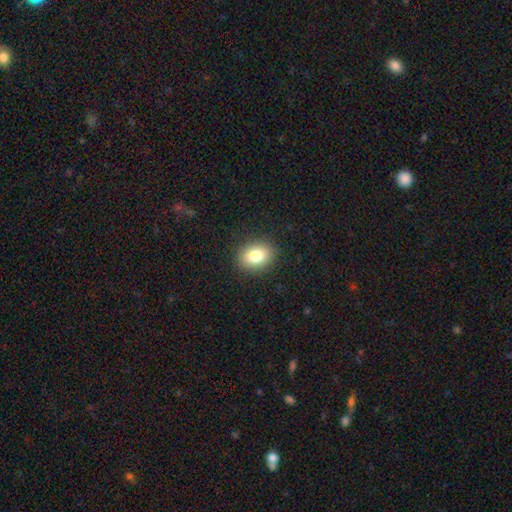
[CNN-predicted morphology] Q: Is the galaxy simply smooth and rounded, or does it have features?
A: smooth — 82%.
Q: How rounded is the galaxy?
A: in between — 61%.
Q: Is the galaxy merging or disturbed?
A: none — 89%.